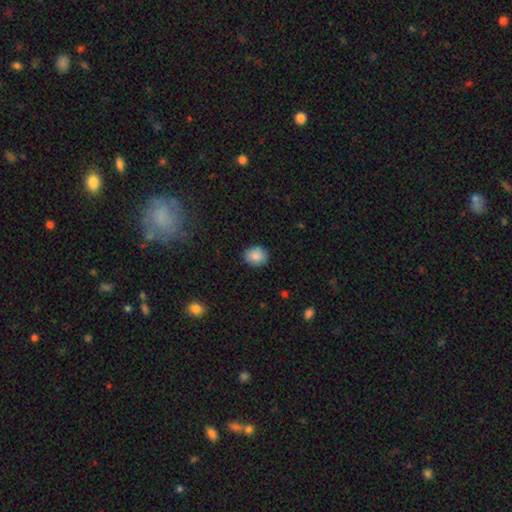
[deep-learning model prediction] Morphology: type=smooth (88%); roundness=round (69%); merging=none (88%).